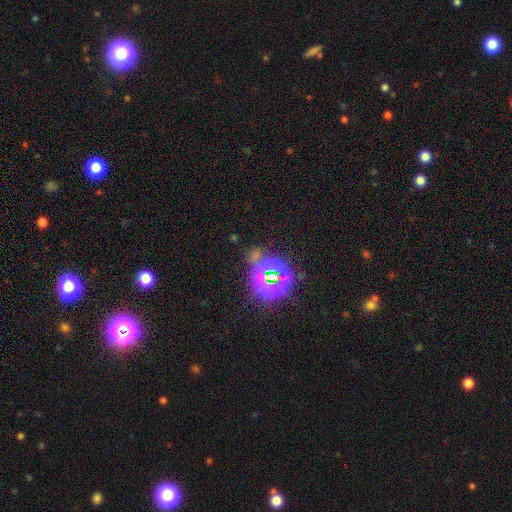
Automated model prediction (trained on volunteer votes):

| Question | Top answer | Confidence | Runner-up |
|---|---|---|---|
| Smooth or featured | star or artifact | 77% | smooth (15%) |